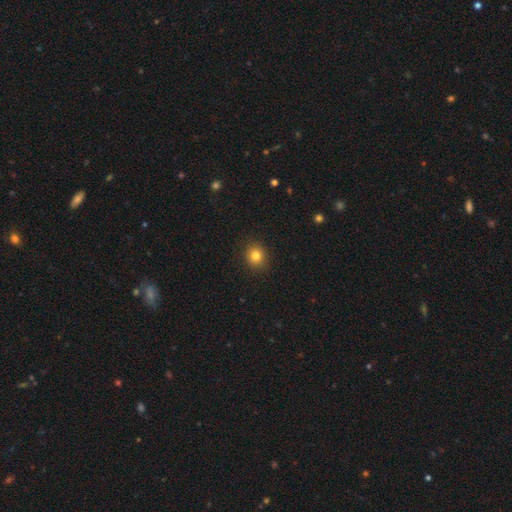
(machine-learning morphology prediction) Q: Smooth or featured?
A: smooth (82%); runner-up: star or artifact (12%)
Q: How rounded?
A: round (82%); runner-up: in between (17%)
Q: Merging?
A: none (91%); runner-up: minor disturbance (6%)